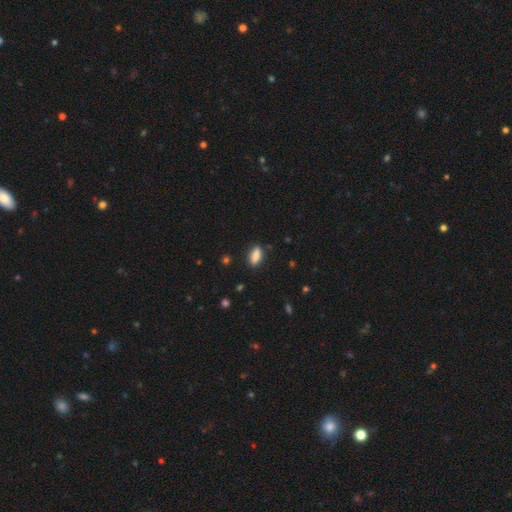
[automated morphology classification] Smooth or featured? Predicted: smooth (p=0.86). How rounded? Predicted: in between (p=0.77). Merging? Predicted: none (p=0.85).